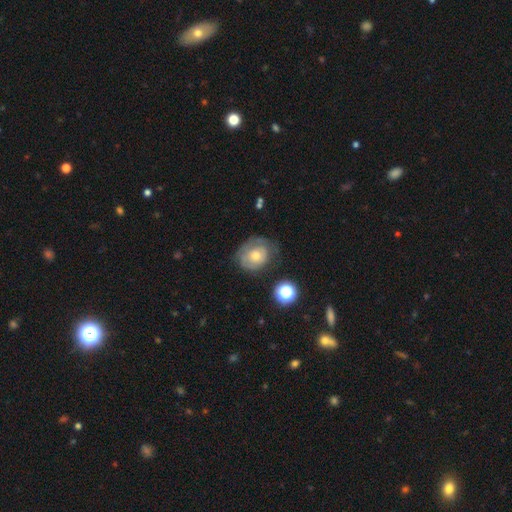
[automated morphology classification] smooth-or-featured: featured or disk: 45% (tied) | smooth: 45% (tied) | star or artifact: 10%
  merging: none: 60% | minor disturbance: 26% | major disturbance: 11% | merger: 3%